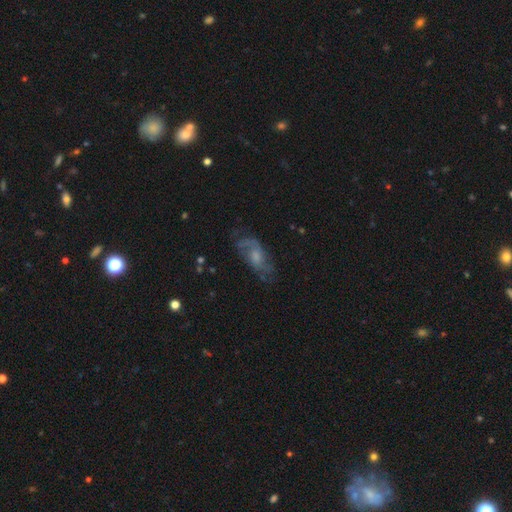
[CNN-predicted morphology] featured or disk 63%, smooth 28%, star or artifact 9%. Down the decision tree: edge-on disk — no (90%); bar — no (62%); spiral arms — yes (81%); bulge size — moderate (43%); merging — none (59%).